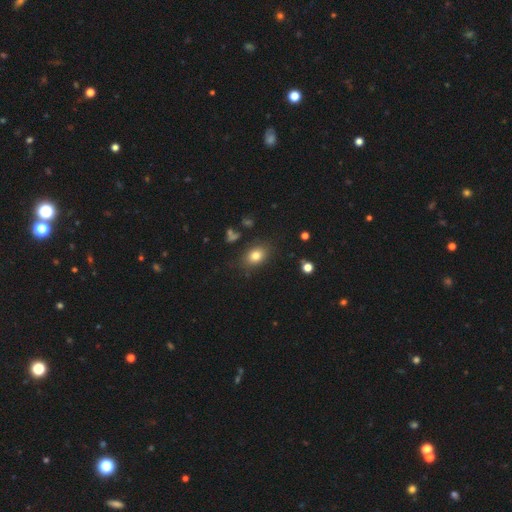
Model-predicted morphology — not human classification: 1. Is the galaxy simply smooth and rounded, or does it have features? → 79% smooth, 11% star or artifact, 10% featured or disk.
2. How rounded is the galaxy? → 71% in between, 28% round, 1% cigar-shaped.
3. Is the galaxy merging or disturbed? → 82% none, 12% minor disturbance, 4% major disturbance, 2% merger.